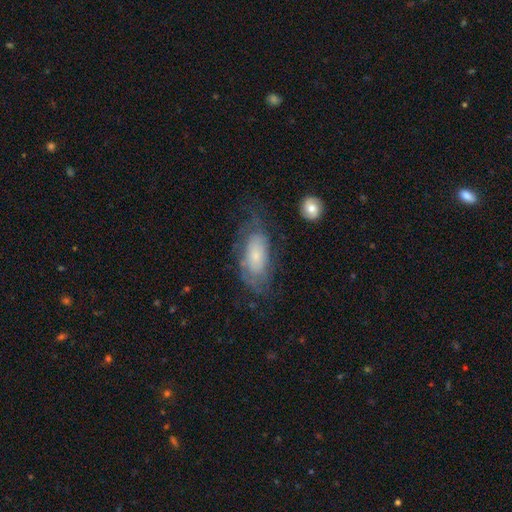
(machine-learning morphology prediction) Q: Smooth or featured?
A: featured or disk (50%); runner-up: smooth (42%)
Q: Merging?
A: none (52%); runner-up: minor disturbance (25%)